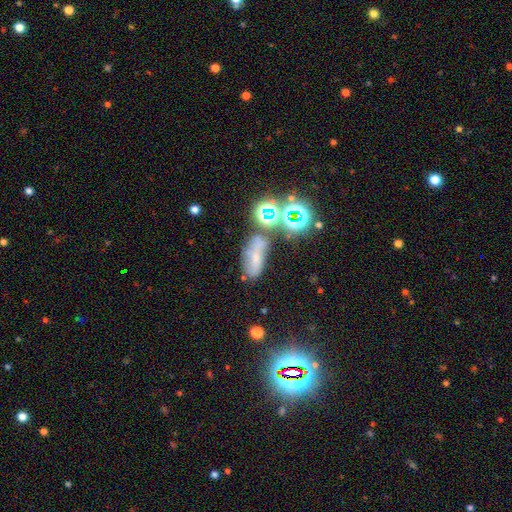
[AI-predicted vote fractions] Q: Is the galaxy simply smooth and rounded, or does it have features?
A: smooth — 38%.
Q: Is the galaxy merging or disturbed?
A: none — 49%.